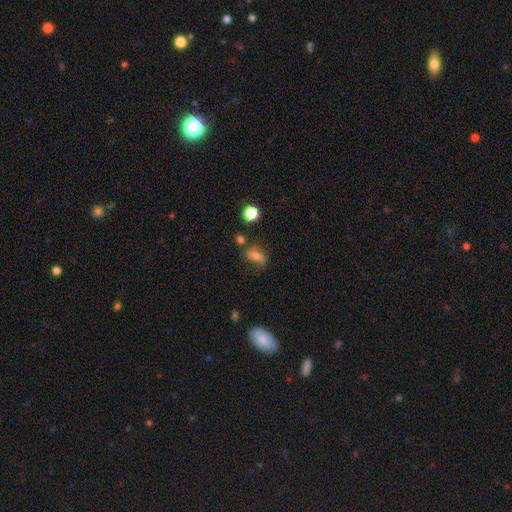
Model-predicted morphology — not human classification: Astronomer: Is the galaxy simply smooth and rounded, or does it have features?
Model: smooth — 47% (runner-up: featured or disk, 39%).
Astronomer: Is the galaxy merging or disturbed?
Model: none — 51%.